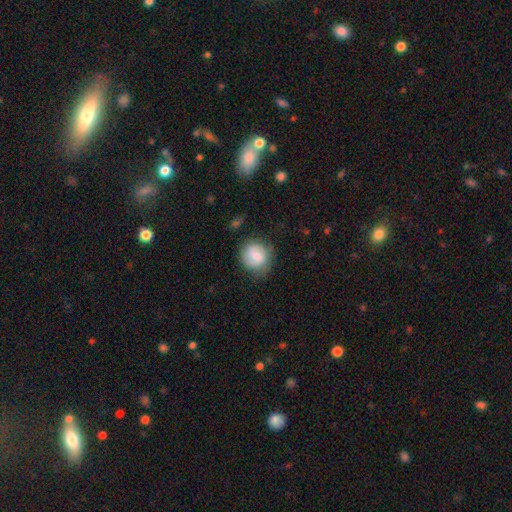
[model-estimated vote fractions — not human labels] smooth-or-featured: smooth: 68% | featured or disk: 25% | star or artifact: 7%
  how-rounded: round: 85% | in between: 14% | cigar-shaped: 1%
  merging: none: 69% | minor disturbance: 21% | major disturbance: 7% | merger: 2%